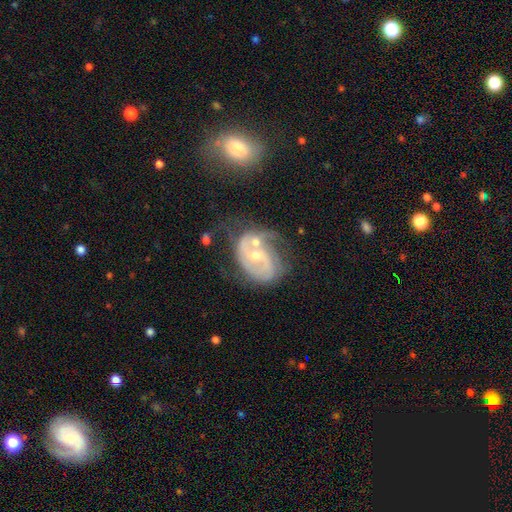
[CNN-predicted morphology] smooth-or-featured: featured or disk: 81% | smooth: 12% | star or artifact: 7%
  disk-edge-on: no: 97% | yes: 3%
    bar: no: 55% | weak: 36% | strong: 10%
    has-spiral-arms: yes: 87% | no: 13%
      spiral-winding: medium: 44% | tight: 36% | loose: 20%
      spiral-arm-count: 2: 61% | can't tell: 18% | 1: 11% | 3: 6% | 4: 2% | more than 4: 2%
    bulge-size: moderate: 49% | small: 46% | large: 2% | none: 2% | dominant: 1%
  merging: none: 37% | merger: 26% | minor disturbance: 20% | major disturbance: 17%